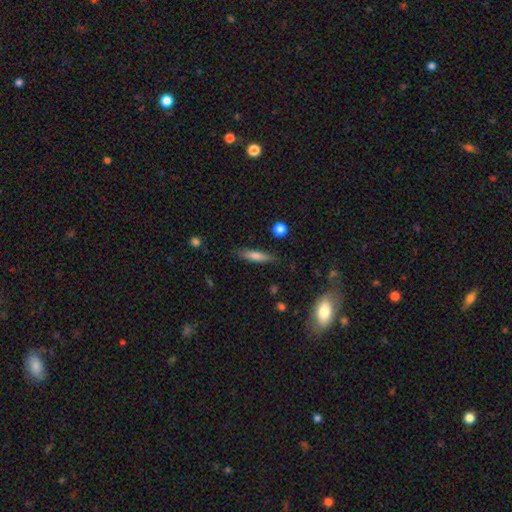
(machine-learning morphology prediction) This appears to be a smooth galaxy with no disk features (71%) that is cigar-shaped (80%). Merging: none (84%).